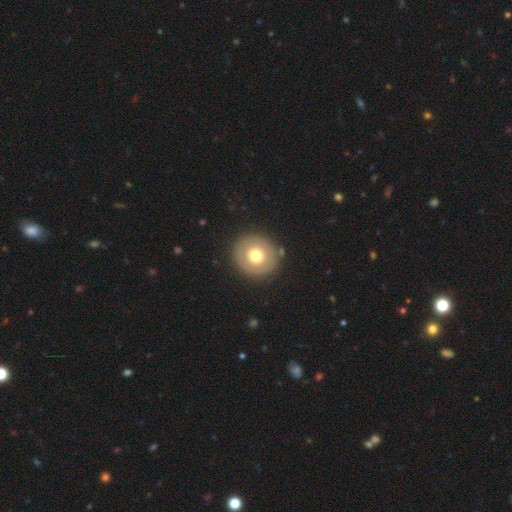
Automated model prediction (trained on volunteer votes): smooth-or-featured: smooth: 64% | featured or disk: 28% | star or artifact: 8%
  how-rounded: round: 93% | in between: 6% | cigar-shaped: 1%
  merging: none: 88% | minor disturbance: 7% | major disturbance: 3% | merger: 2%